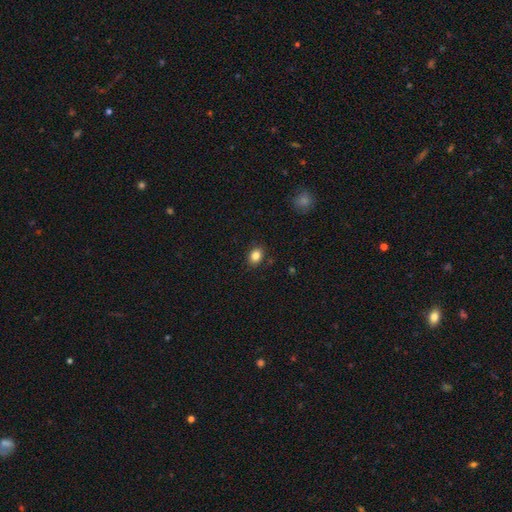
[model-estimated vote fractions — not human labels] This is clearly a smooth galaxy (85%). How rounded: possibly in between (60%). Merging: clearly none (87%).